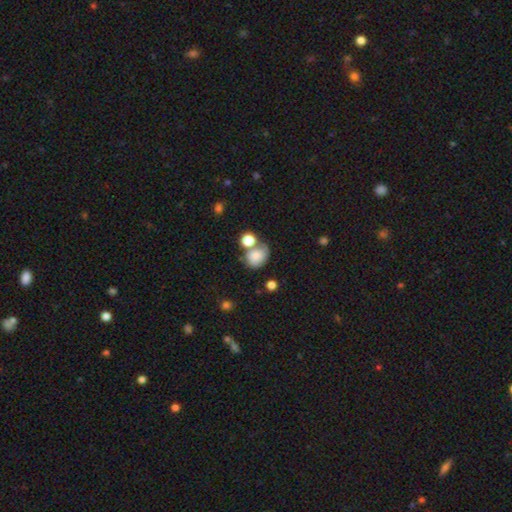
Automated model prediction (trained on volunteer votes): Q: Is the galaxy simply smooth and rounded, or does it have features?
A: smooth — 78%.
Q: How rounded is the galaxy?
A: round — 51%.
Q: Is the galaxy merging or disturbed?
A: none — 43%.